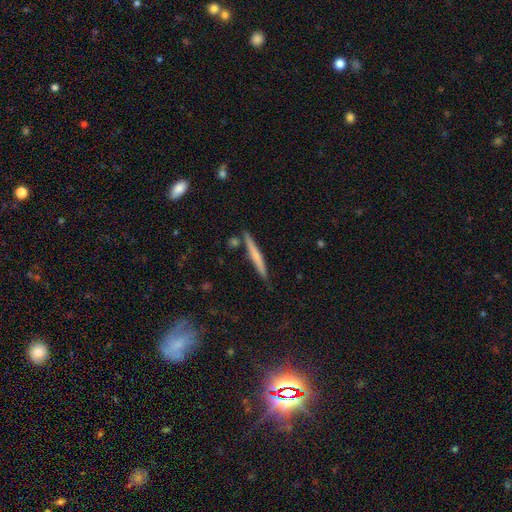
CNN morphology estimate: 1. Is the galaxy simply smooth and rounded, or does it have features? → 53% smooth, 40% featured or disk, 6% star or artifact.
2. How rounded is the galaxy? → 96% cigar-shaped, 3% in between, 2% round.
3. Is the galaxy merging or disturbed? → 86% none, 9% minor disturbance, 3% merger, 2% major disturbance.